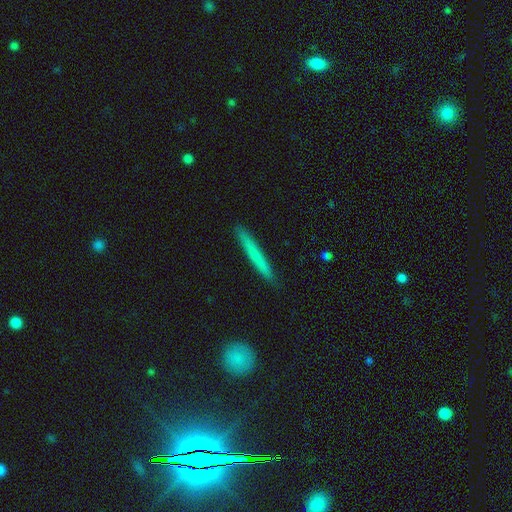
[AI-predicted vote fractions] Q: Smooth or featured?
A: smooth (67%); runner-up: featured or disk (27%)
Q: How rounded?
A: cigar-shaped (97%); runner-up: in between (2%)
Q: Merging?
A: none (91%); runner-up: minor disturbance (7%)